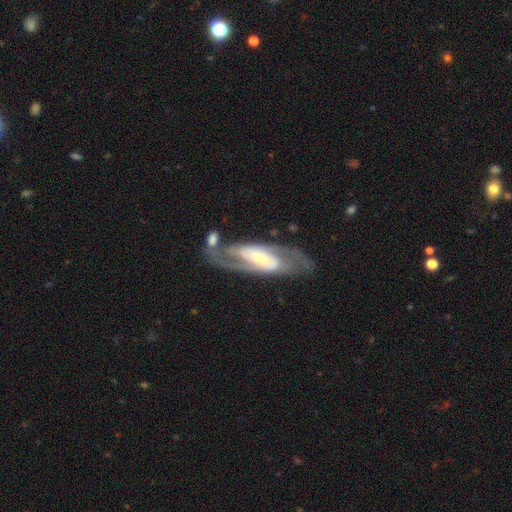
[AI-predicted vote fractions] featured or disk 87%, smooth 9%, star or artifact 5%. Down the decision tree: edge-on disk — no (92%); bar — strong (40%); spiral arms — yes (94%); spiral arm count — 2 (88%); spiral winding — medium (51%); bulge size — small (44%); merging — none (71%).